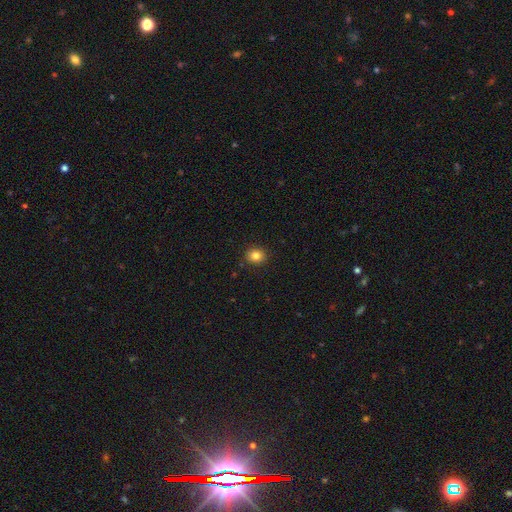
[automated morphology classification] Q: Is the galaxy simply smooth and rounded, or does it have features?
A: smooth — 84%.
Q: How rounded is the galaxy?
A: round — 66%.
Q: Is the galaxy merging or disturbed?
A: none — 90%.